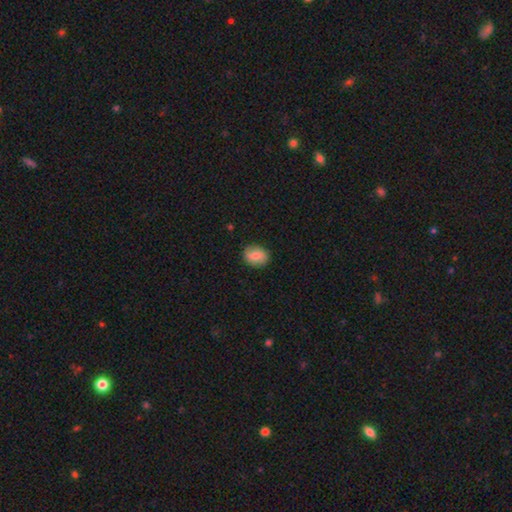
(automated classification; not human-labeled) smooth 77%, featured or disk 15%, star or artifact 7%. Down the decision tree: how rounded — round (50%); merging — none (87%).